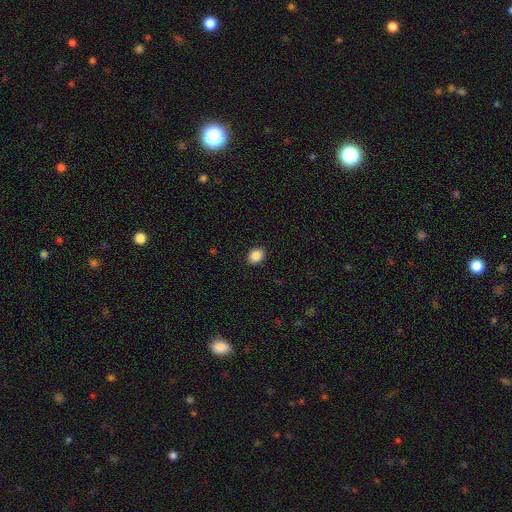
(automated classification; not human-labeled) Overall: smooth (88%). How rounded: in between (60%; round 39%). Merging: none (90%).